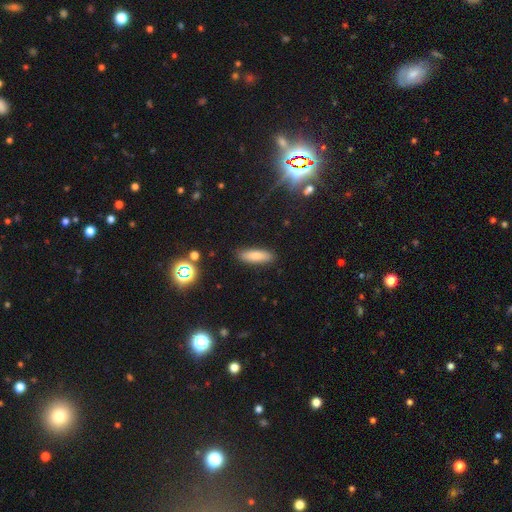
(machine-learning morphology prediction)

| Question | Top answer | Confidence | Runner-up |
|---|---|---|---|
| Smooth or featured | smooth | 80% | featured or disk (12%) |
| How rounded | cigar-shaped | 50% | in between (48%) |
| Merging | none | 88% | minor disturbance (8%) |